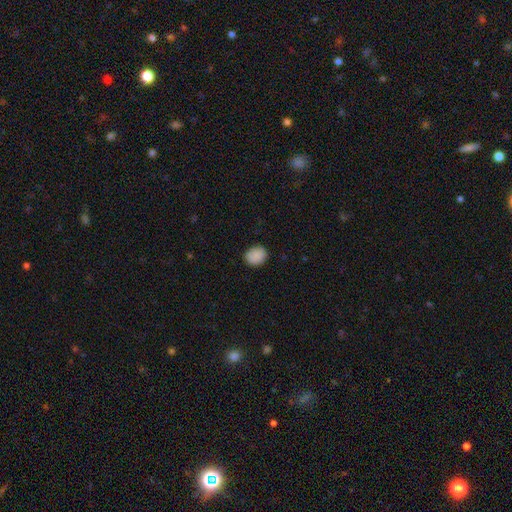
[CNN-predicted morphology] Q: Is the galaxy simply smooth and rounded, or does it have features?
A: smooth — 89%.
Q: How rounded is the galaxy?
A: round — 59%.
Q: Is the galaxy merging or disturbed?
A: none — 85%.